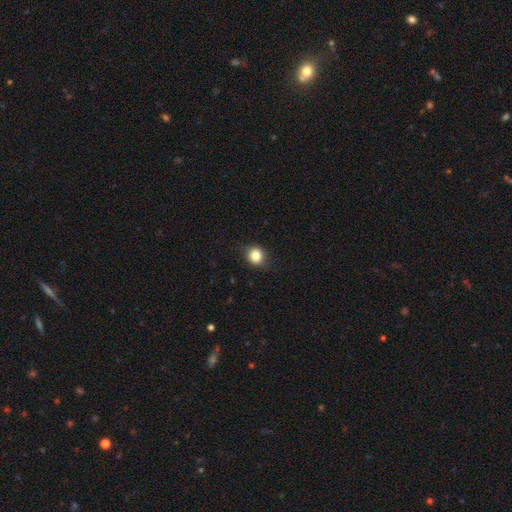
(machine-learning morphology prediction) Smooth or featured: smooth — 83% (star or artifact — 11%)
How rounded: round — 73% (in between — 26%)
Merging: none — 84% (minor disturbance — 12%)